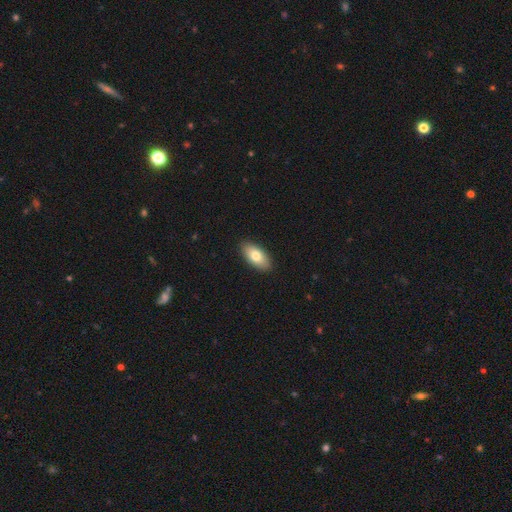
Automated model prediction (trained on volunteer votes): Smooth or featured? smooth (78%)
How rounded? in between (91%)
Merging? none (90%)